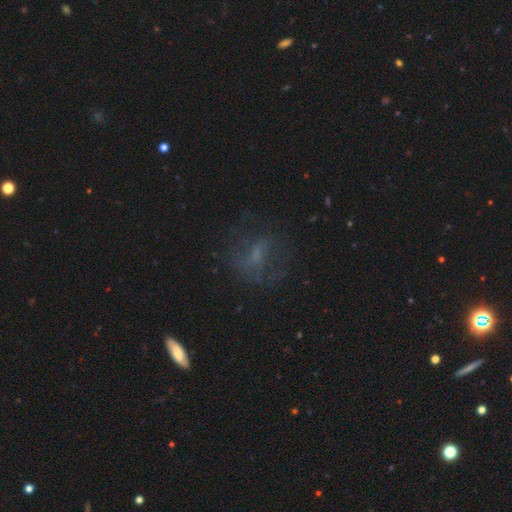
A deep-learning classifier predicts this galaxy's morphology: The model was most divided on "smooth or featured": featured or disk: 43%, smooth: 35%, star or artifact: 22%. More confident: merging — none (59%).